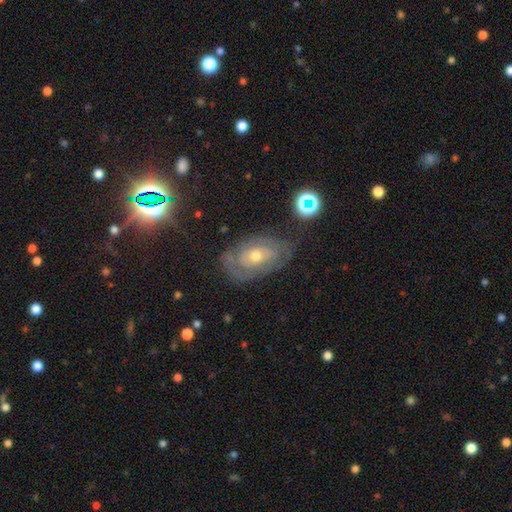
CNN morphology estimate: Overall: featured or disk (73%). Edge-on disk: no (94%). Bar: no (72%). Spiral arms: yes (79%). Spiral arm count: can't tell (52%; 2 26%). Spiral winding: tight (70%). Bulge size: moderate (49%; small 47%). Merging: none (70%).